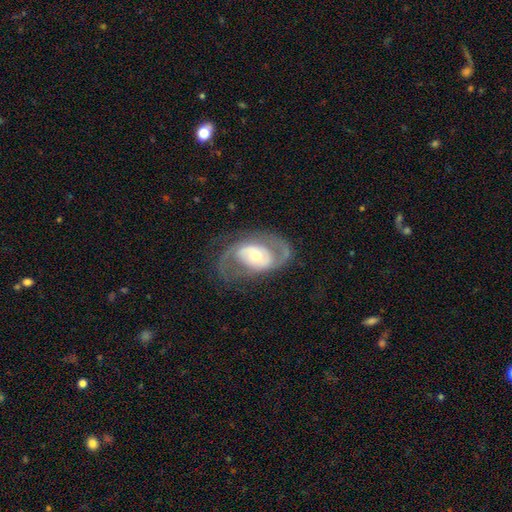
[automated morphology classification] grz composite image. It shows a featured or disk galaxy (83%) with no bar (56%), 2 (84%) medium (50%) spiral arms (87%) and a moderate central bulge (59%). Merging: none (67%).